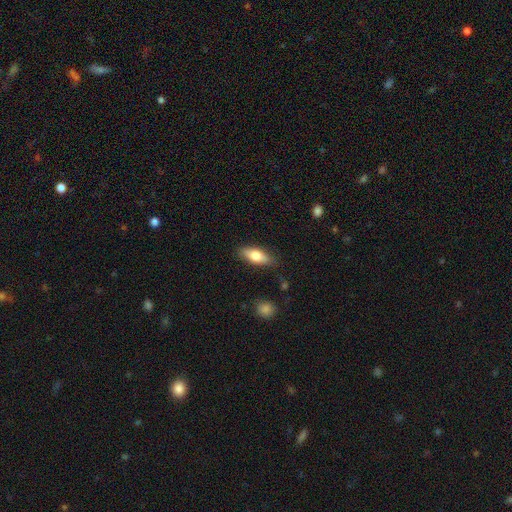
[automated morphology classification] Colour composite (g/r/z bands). It shows a smooth galaxy with no disk features (73%) that is in between round and cigar-shaped (72%). Merging: none (83%).